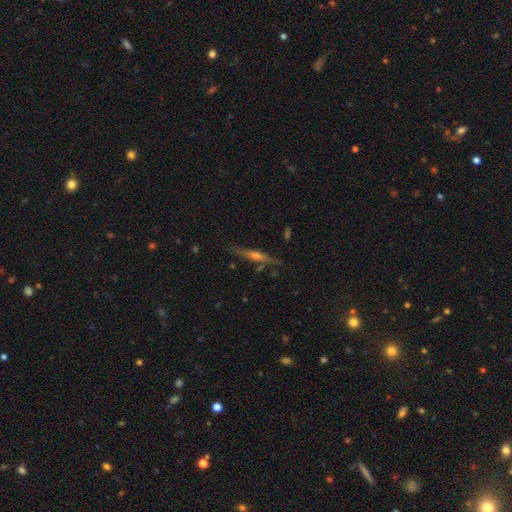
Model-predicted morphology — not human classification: Smooth or featured? featured or disk (69%)
Edge-on disk? yes (95%)
Edge-on bulge? rounded (78%)
Merging? none (81%)